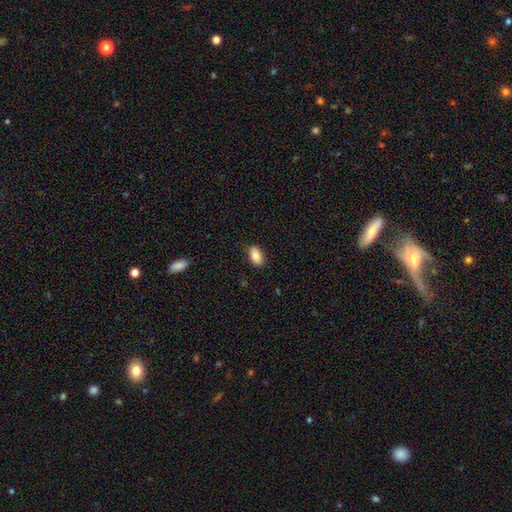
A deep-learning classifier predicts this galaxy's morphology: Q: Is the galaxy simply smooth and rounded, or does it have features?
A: smooth — 84%.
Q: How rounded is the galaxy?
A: in between — 92%.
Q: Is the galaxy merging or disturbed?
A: none — 86%.